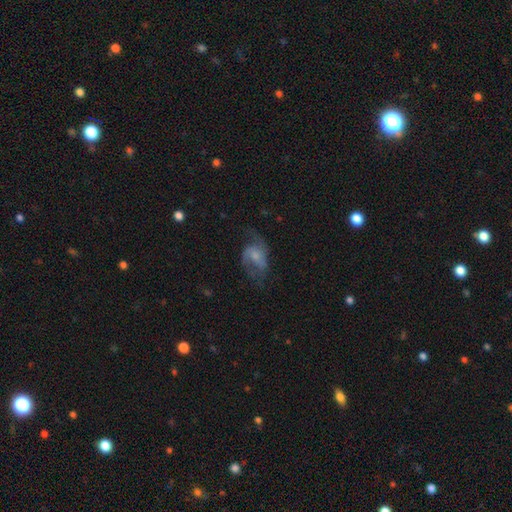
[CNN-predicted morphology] smooth_or_featured: featured or disk (p=0.66) [alt: smooth p=0.26]
disk_edge_on: no (p=0.97) [alt: yes p=0.03]
bar: no (p=0.56) [alt: weak p=0.36]
has_spiral_arms: yes (p=0.86) [alt: no p=0.14]
spiral_winding: loose (p=0.46) [alt: medium p=0.43]
spiral_arm_count: 2 (p=0.77) [alt: can't tell p=0.09]
bulge_size: small (p=0.50) [alt: moderate p=0.32]
merging: none (p=0.48) [alt: major disturbance p=0.28]